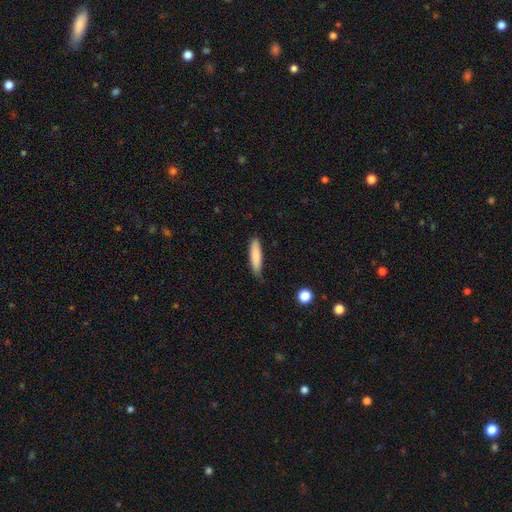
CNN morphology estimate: smooth 82%, featured or disk 12%, star or artifact 6%. Down the decision tree: how rounded — cigar-shaped (75%); merging — none (69%).